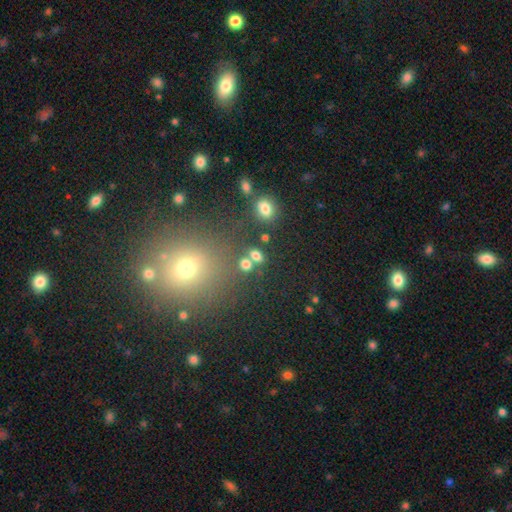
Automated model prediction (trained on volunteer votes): Smooth or featured? smooth (73%)
How rounded? in between (69%)
Merging? none (63%)